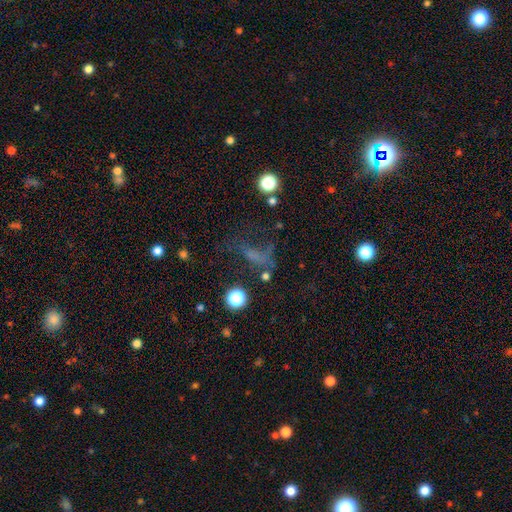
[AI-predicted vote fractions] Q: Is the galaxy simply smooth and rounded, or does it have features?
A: smooth — 41%.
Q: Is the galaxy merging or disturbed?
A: none — 40%.